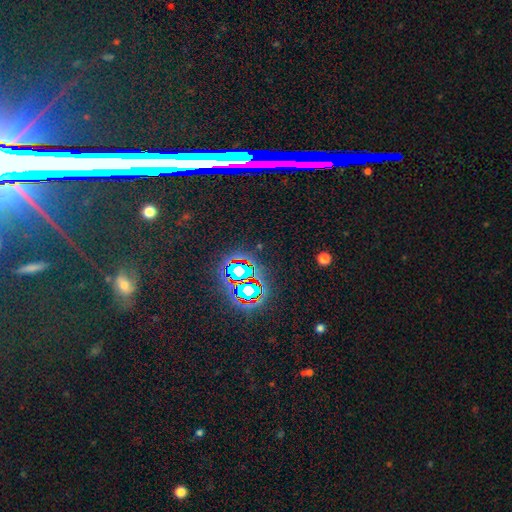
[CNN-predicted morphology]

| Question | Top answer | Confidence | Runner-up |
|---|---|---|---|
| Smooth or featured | star or artifact | 75% | smooth (13%) |